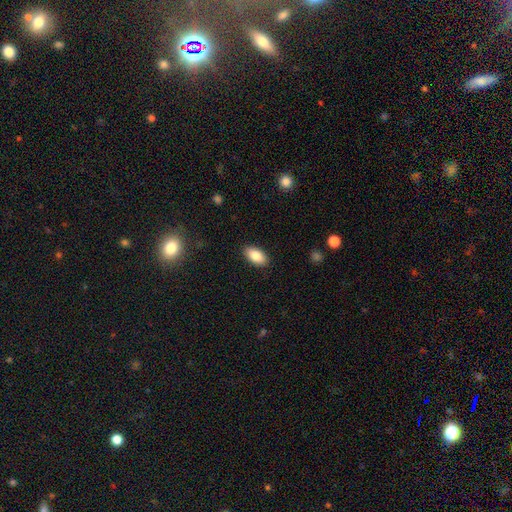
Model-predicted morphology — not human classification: Smooth or featured? Predicted: smooth (p=0.86). How rounded? Predicted: in between (p=0.93). Merging? Predicted: none (p=0.89).